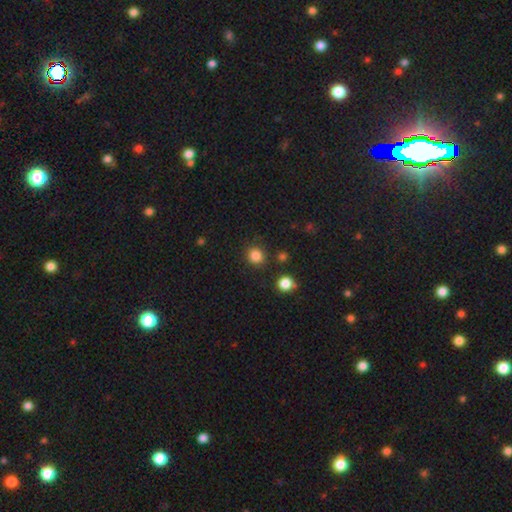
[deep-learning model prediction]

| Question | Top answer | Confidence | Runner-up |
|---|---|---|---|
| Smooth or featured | smooth | 84% | star or artifact (12%) |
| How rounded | round | 86% | in between (13%) |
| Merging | none | 87% | minor disturbance (7%) |